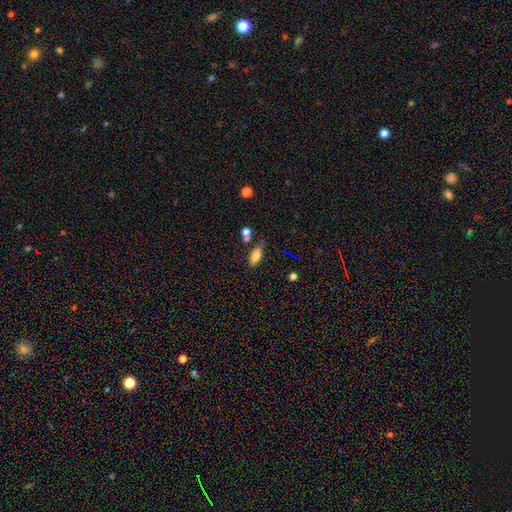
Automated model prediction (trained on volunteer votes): Q: Smooth or featured?
A: smooth (78%); runner-up: featured or disk (13%)
Q: How rounded?
A: in between (79%); runner-up: cigar-shaped (18%)
Q: Merging?
A: none (67%); runner-up: minor disturbance (17%)